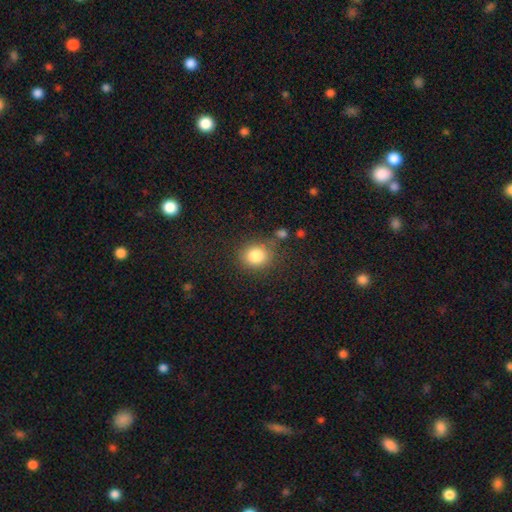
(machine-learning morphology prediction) This appears to be a smooth galaxy with no disk features (84%) that is round (77%). Merging: none (77%).